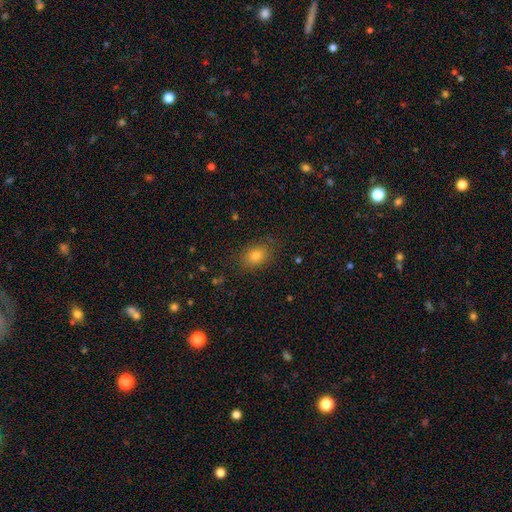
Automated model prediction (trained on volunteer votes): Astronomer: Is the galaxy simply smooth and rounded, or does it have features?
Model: smooth — 80%.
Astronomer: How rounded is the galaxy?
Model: in between — 61% (runner-up: round, 38%).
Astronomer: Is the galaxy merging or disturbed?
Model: none — 83%.